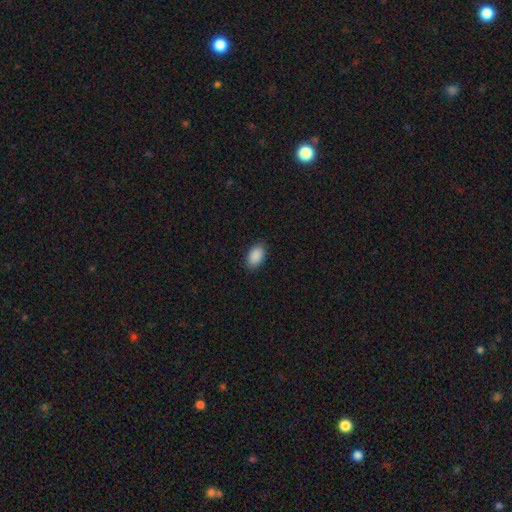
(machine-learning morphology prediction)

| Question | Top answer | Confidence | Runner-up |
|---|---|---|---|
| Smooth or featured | smooth | 91% | star or artifact (7%) |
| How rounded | in between | 93% | round (5%) |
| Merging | none | 88% | minor disturbance (9%) |